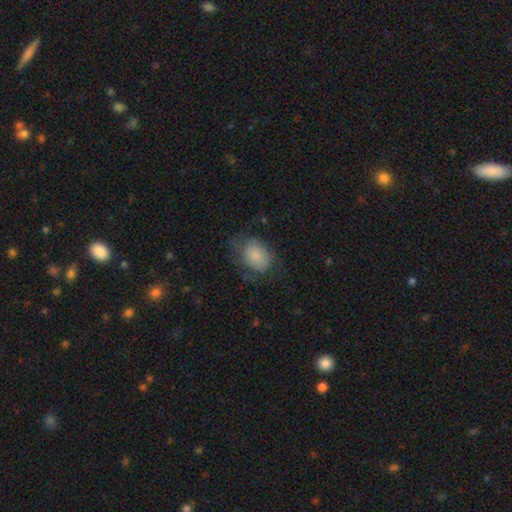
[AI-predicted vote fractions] Smooth or featured? smooth (78%)
How rounded? in between (68%)
Merging? none (54%)